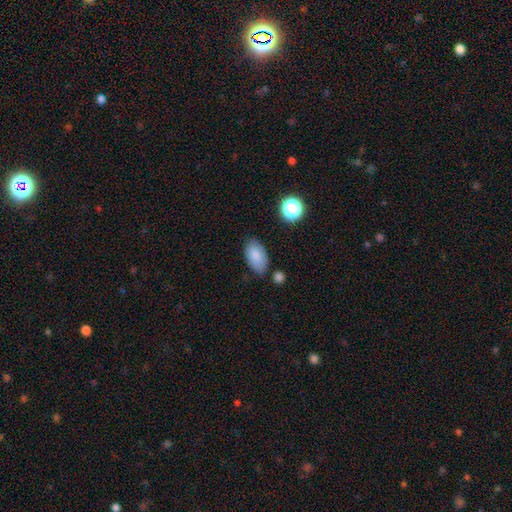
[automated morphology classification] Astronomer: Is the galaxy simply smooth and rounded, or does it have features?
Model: smooth — 85%.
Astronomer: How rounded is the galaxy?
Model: in between — 93%.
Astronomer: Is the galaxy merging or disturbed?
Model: none — 75%.